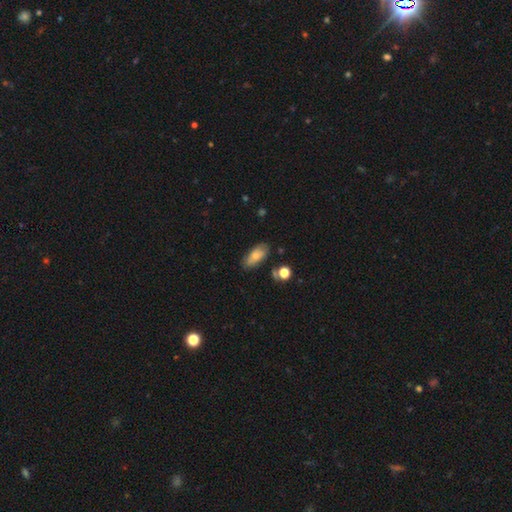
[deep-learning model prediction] Smooth or featured? Predicted: smooth (p=0.73). How rounded? Predicted: in between (p=0.87). Merging? Predicted: none (p=0.75).